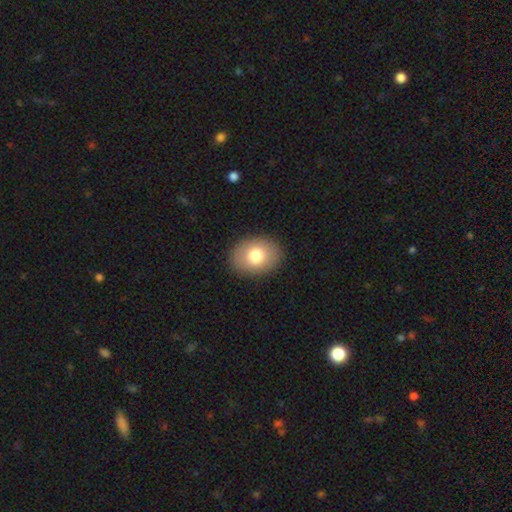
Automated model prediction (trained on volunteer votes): smooth_or_featured: smooth (p=0.77) [alt: featured or disk p=0.15]
how_rounded: in between (p=0.67) [alt: round p=0.32]
merging: none (p=0.89) [alt: minor disturbance p=0.08]